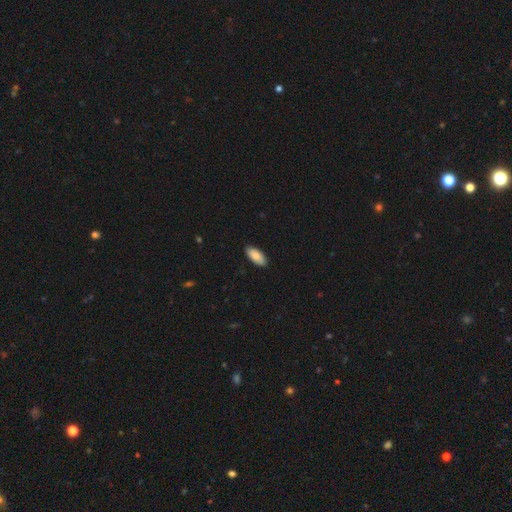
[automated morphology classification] Smooth or featured?
  - smooth: 83% *
  - featured or disk: 11%
  - star or artifact: 6%
How rounded?
  - in between: 91% *
  - cigar-shaped: 7%
  - round: 2%
Merging?
  - none: 89% *
  - minor disturbance: 9%
  - major disturbance: 2%
  - merger: 1%